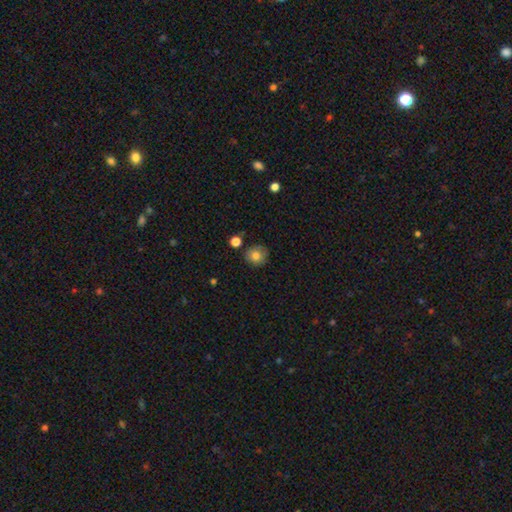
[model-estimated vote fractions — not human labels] Smooth or featured: smooth — 80% (featured or disk — 10%)
How rounded: round — 87% (in between — 12%)
Merging: none — 82% (minor disturbance — 12%)